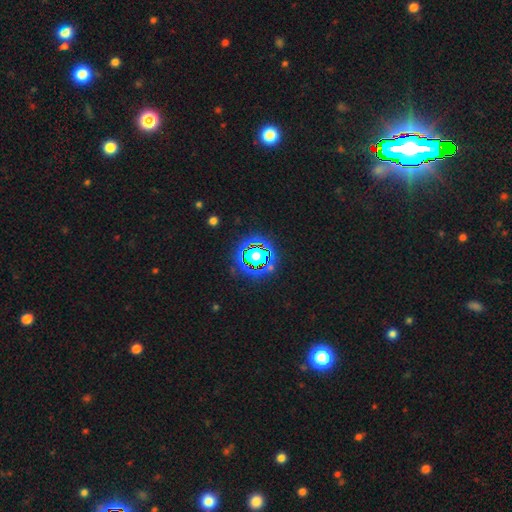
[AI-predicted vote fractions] Smooth or featured? star or artifact (63%)